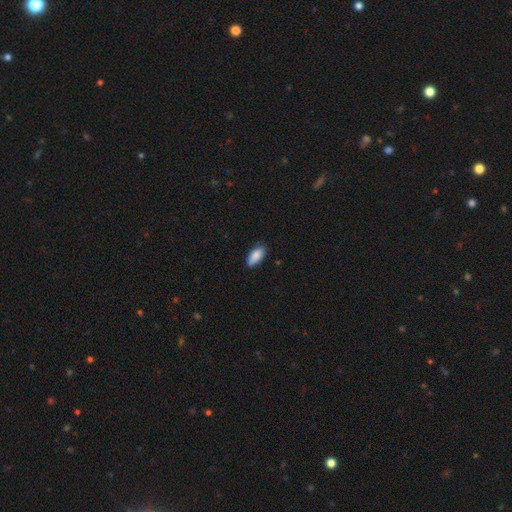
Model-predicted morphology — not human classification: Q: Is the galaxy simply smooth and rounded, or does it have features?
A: smooth — 87%.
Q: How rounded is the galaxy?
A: in between — 89%.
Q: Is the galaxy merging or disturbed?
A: none — 80%.